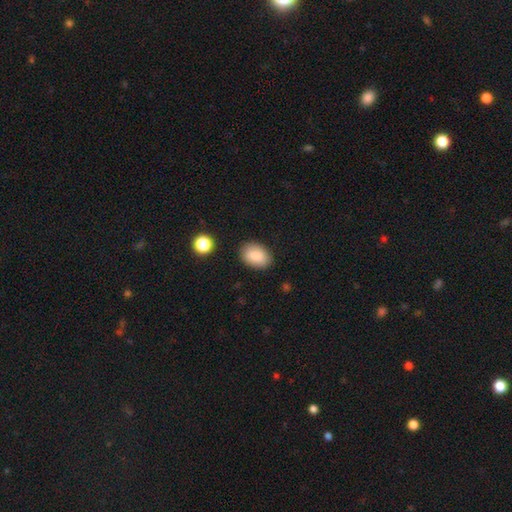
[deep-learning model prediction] smooth-or-featured: smooth: 83% | featured or disk: 9% | star or artifact: 8%
  how-rounded: in between: 80% | round: 19% | cigar-shaped: 1%
  merging: none: 86% | minor disturbance: 10% | major disturbance: 2% | merger: 2%